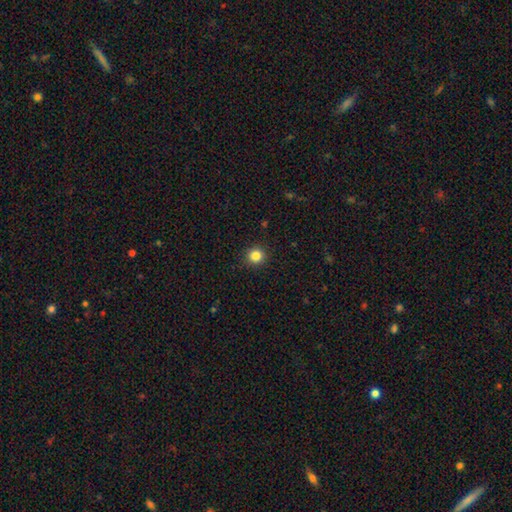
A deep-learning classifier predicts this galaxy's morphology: A smooth galaxy with no disk features (84%) that is round (94%).

Vote fractions:
- Smooth or featured? smooth: 84% / star or artifact: 12% / featured or disk: 4%
- How rounded? round: 94% / in between: 5% / cigar-shaped: 1%
- Merging? none: 92% / minor disturbance: 5% / major disturbance: 2% / merger: 1%